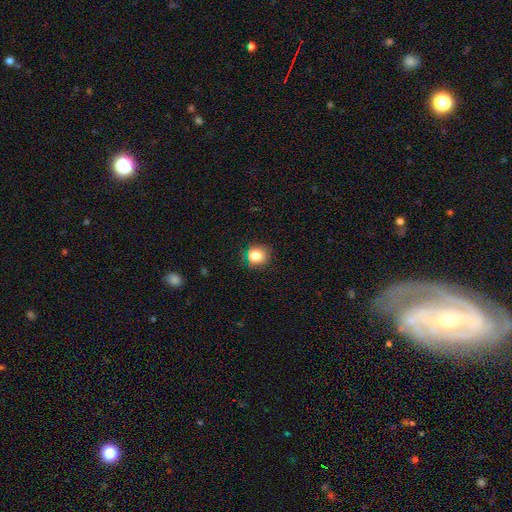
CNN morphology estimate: A smooth galaxy with no disk features (83%) that is round (85%). Merging: none (83%).